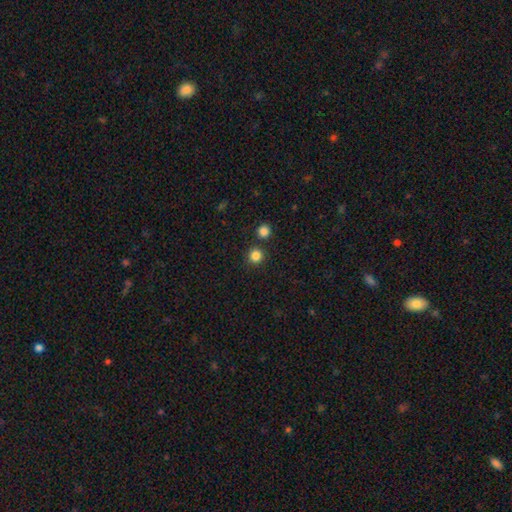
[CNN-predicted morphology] Smooth or featured: smooth — 84% (star or artifact — 12%)
How rounded: round — 94% (in between — 5%)
Merging: none — 86% (merger — 7%)